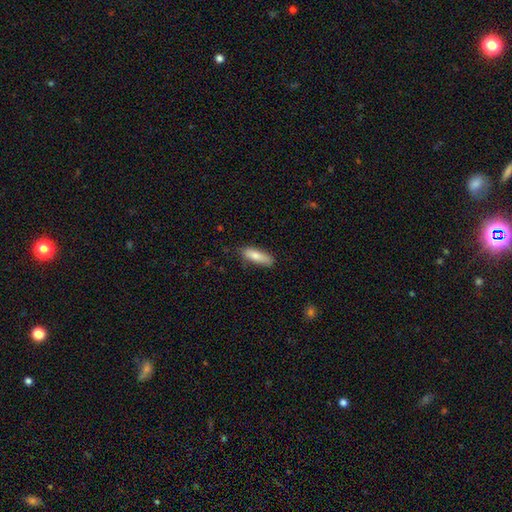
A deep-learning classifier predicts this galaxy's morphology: A smooth galaxy with no disk features (79%) that is in between round and cigar-shaped (50%). Merging: none (78%).